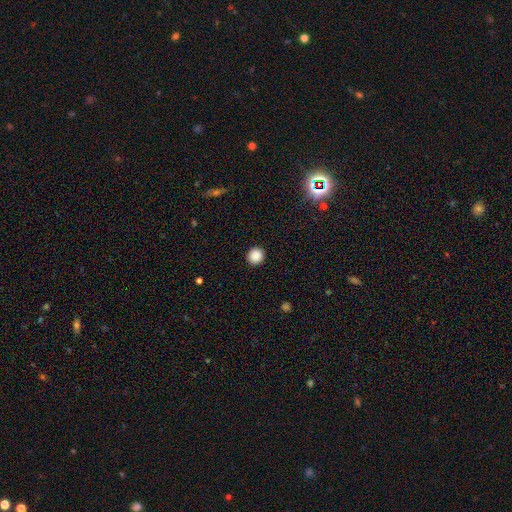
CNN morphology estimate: smooth 88%, star or artifact 9%, featured or disk 2%. Down the decision tree: how rounded — round (90%); merging — none (92%).